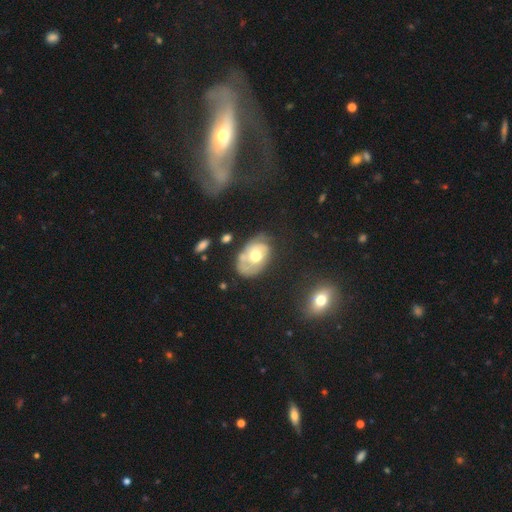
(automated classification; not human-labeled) Smooth or featured? featured or disk (52%)
Edge-on disk? no (94%)
Merging? none (48%)